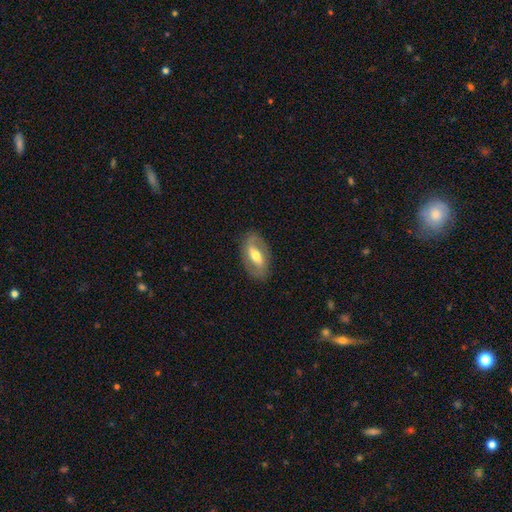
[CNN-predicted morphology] Smooth or featured? featured or disk (67%)
Edge-on disk? no (90%)
Bar? strong (41%)
Spiral arms? yes (71%)
Bulge size? moderate (67%)
Merging? none (82%)